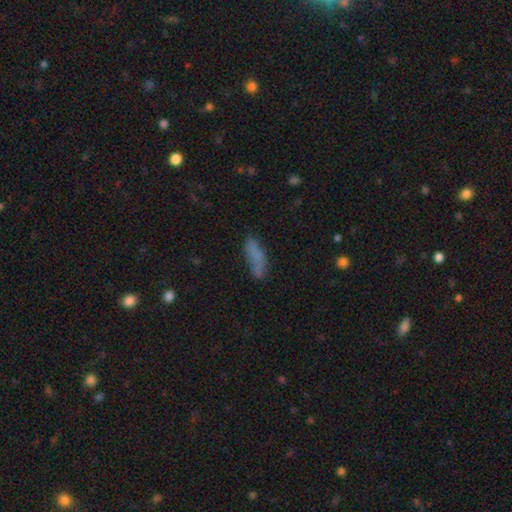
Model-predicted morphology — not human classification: Q: Smooth or featured?
A: smooth (72%); runner-up: featured or disk (17%)
Q: How rounded?
A: cigar-shaped (54%); runner-up: in between (43%)
Q: Merging?
A: none (55%); runner-up: minor disturbance (24%)